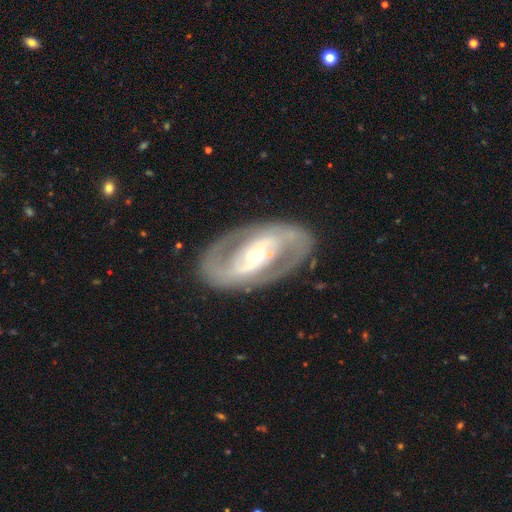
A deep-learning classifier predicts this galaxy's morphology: type=featured or disk (86%); edge-on=no (94%); bar=strong (38%); spiral arms=yes (86%); winding=medium (48%); arm count=2 (87%); bulge=small (52%); merging=none (81%).